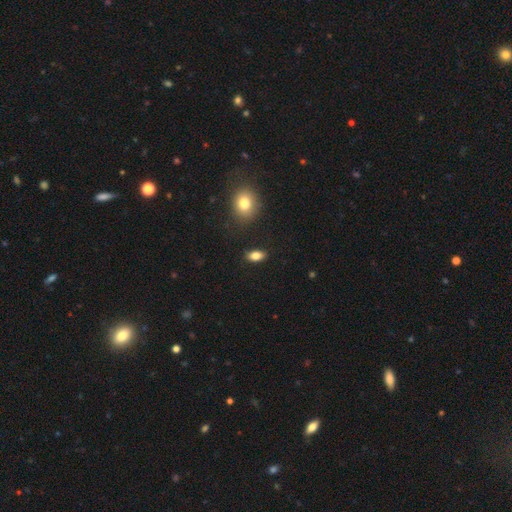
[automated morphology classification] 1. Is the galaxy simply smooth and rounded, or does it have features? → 83% smooth, 9% star or artifact, 8% featured or disk.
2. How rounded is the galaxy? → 88% in between, 6% round, 5% cigar-shaped.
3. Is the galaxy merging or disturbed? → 87% none, 9% minor disturbance, 2% major disturbance, 2% merger.